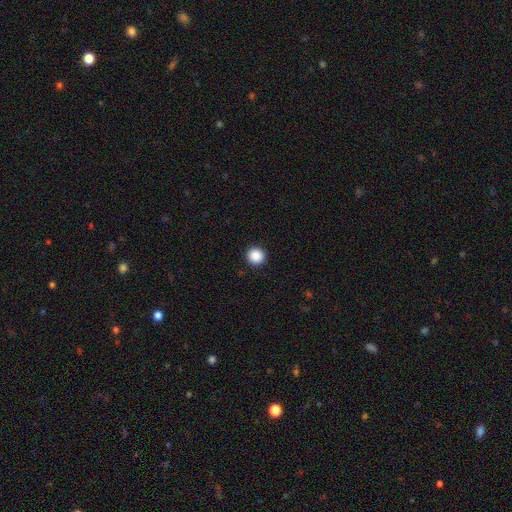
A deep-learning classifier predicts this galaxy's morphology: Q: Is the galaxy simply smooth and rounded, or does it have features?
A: smooth — 88%.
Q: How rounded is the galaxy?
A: round — 95%.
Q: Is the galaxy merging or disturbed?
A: none — 93%.